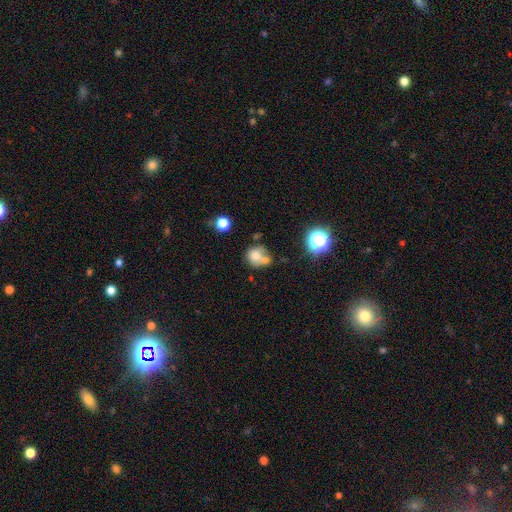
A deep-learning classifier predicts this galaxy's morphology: Overall: smooth (71%). How rounded: round (77%). Merging: merger (42%; none 37%).